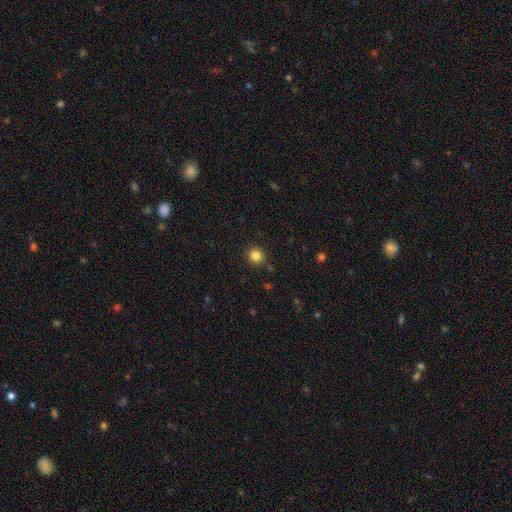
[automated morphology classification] This is clearly a smooth galaxy (84%). How rounded: clearly round (92%). Merging: clearly none (90%).